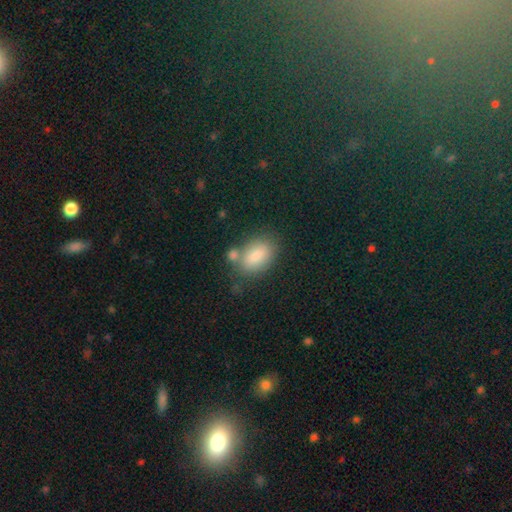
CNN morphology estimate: Smooth or featured? smooth (83%)
How rounded? in between (87%)
Merging? none (59%)